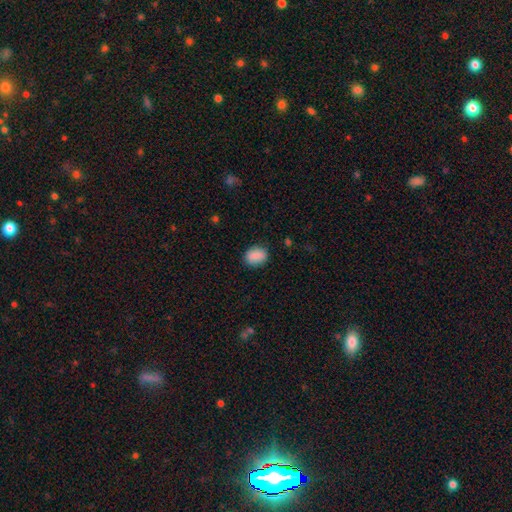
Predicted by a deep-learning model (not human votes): smooth 89%, star or artifact 8%, featured or disk 4%. Down the decision tree: how rounded — in between (56%); merging — none (86%).